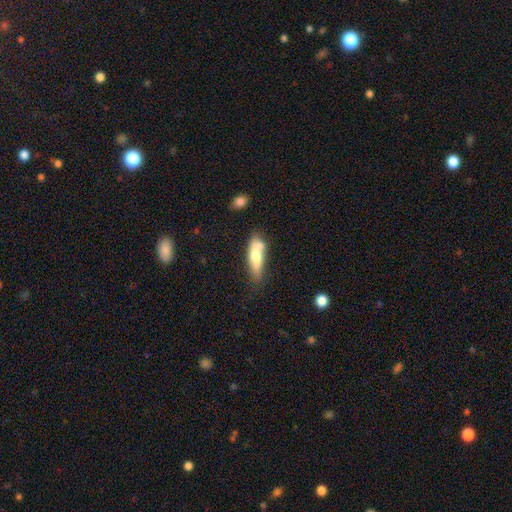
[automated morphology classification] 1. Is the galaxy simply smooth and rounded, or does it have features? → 66% smooth, 28% featured or disk, 6% star or artifact.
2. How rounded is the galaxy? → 51% cigar-shaped, 47% in between, 3% round.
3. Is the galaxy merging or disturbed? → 46% none, 24% minor disturbance, 22% merger, 8% major disturbance.